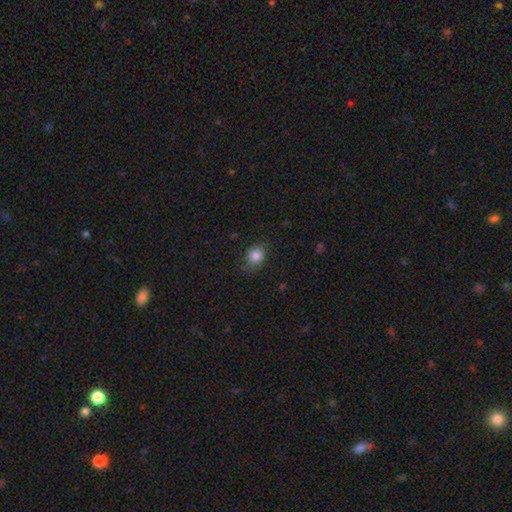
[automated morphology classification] smooth 83%, star or artifact 10%, featured or disk 6%. Down the decision tree: how rounded — round (59%); merging — none (72%).